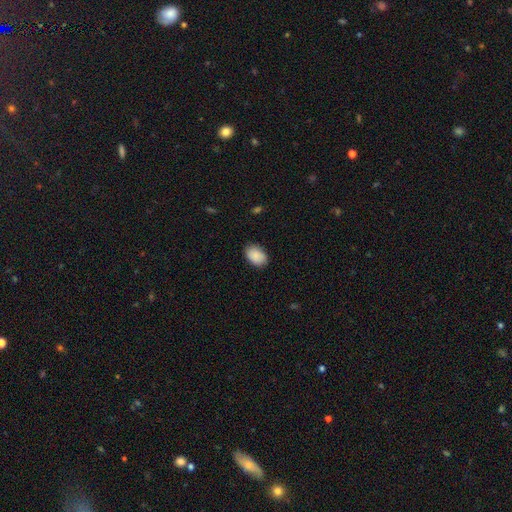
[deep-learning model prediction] This appears to be a smooth galaxy with no disk features (88%) that is in between round and cigar-shaped (84%). Merging: none (83%).